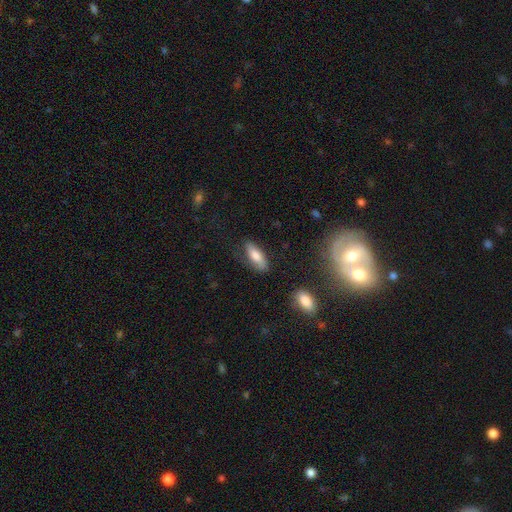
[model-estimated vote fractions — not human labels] Smooth or featured? smooth (74%)
How rounded? in between (68%)
Merging? none (70%)